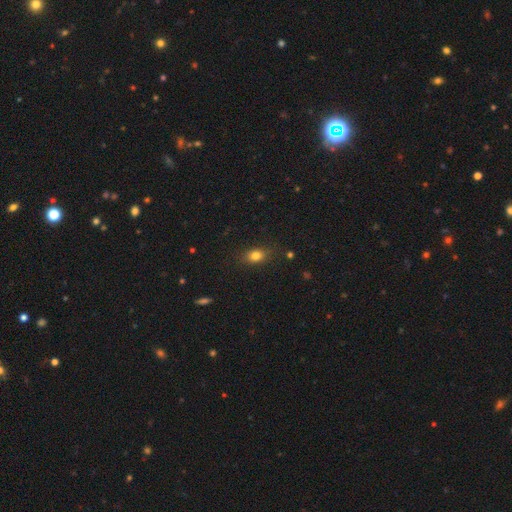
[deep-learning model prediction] smooth_or_featured: smooth (p=0.80) [alt: star or artifact p=0.11]
how_rounded: in between (p=0.70) [alt: round p=0.26]
merging: none (p=0.82) [alt: minor disturbance p=0.13]